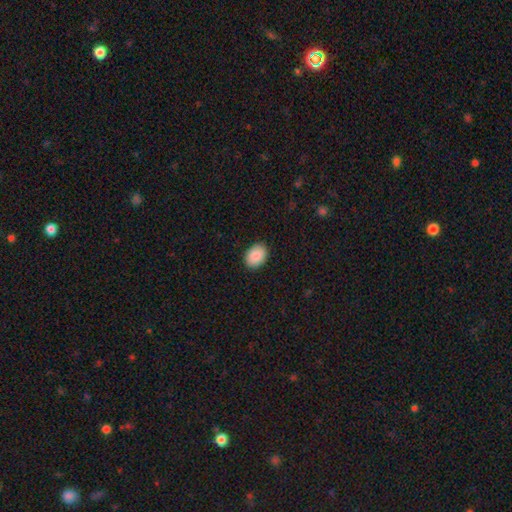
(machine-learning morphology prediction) The model was most divided on "how rounded": in between: 75%, round: 24%, cigar-shaped: 1%. More confident: merging — none (90%); smooth or featured — smooth (89%).